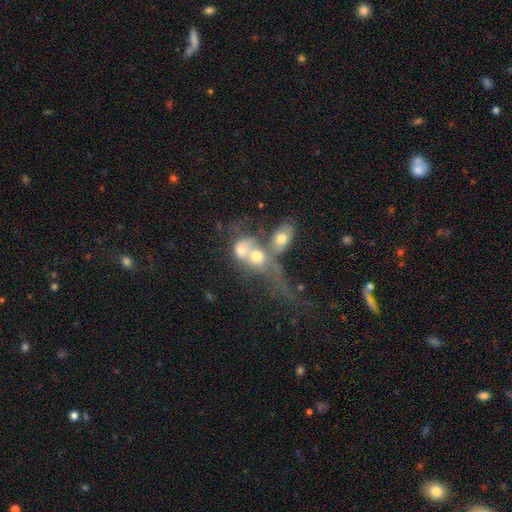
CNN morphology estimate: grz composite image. It shows a smooth galaxy with no disk features (47%). Merging: merger (71%).